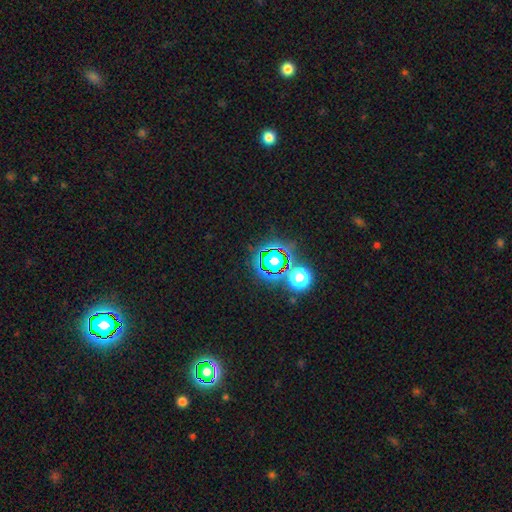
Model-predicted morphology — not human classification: This appears to be a star or artifact, not a galaxy (76%).